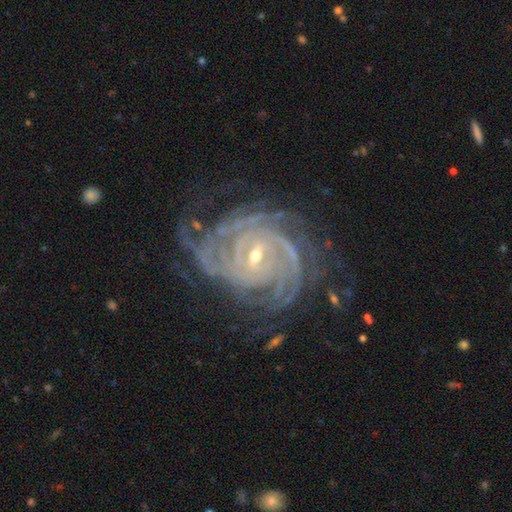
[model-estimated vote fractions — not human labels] Smooth or featured? featured or disk (92%)
Edge-on disk? no (97%)
Bar? weak (48%)
Spiral arms? yes (98%)
Spiral winding? tight (77%)
Spiral arm count? 4 (25%)
Bulge size? small (61%)
Merging? none (66%)